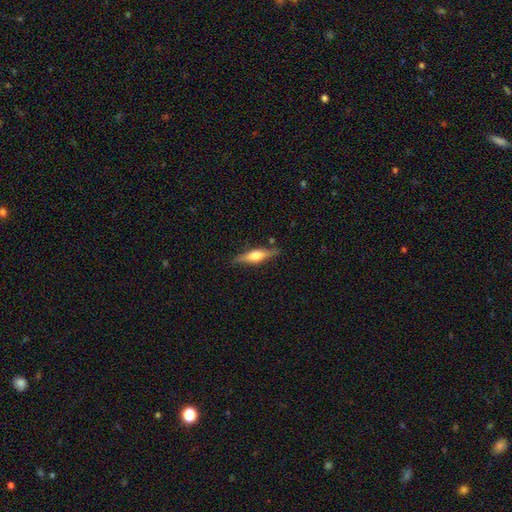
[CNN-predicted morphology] Smooth or featured? Predicted: featured or disk (p=0.54). Edge-on disk? Predicted: yes (p=0.94). Edge-on bulge? Predicted: rounded (p=0.91). Merging? Predicted: none (p=0.84).